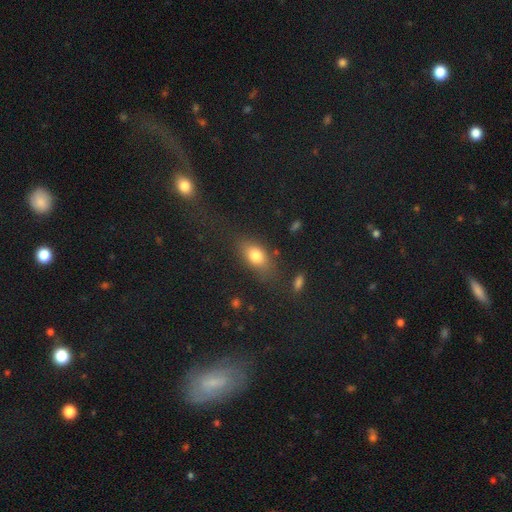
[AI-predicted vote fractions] Overall: smooth (78%). How rounded: in between (77%). Merging: none (70%).